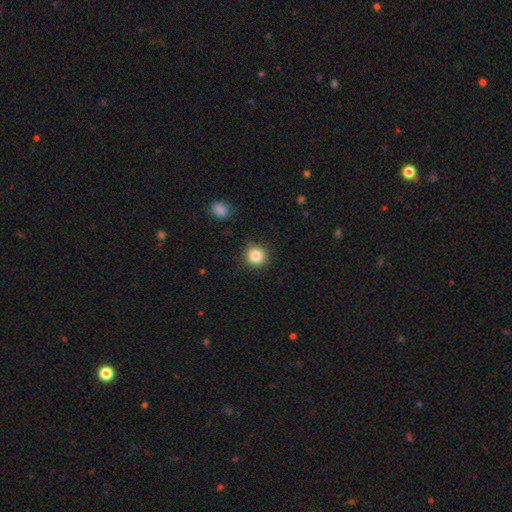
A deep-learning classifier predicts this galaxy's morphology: This is clearly a smooth galaxy (85%). How rounded: clearly round (91%). Merging: clearly none (88%).